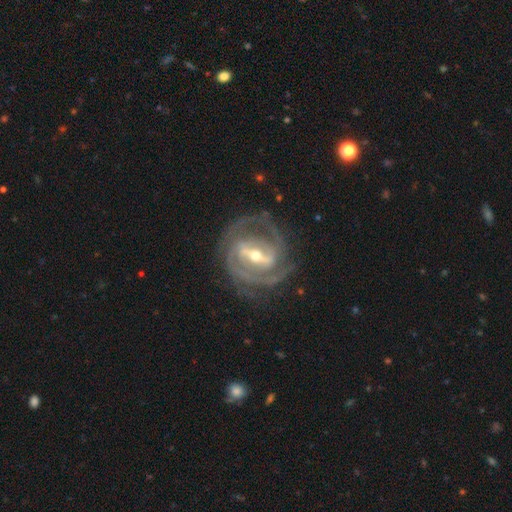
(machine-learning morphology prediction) Smooth or featured? featured or disk (91%)
Edge-on disk? no (96%)
Bar? strong (68%)
Spiral arms? yes (96%)
Spiral winding? tight (55%)
Spiral arm count? 2 (54%)
Bulge size? moderate (51%)
Merging? none (73%)